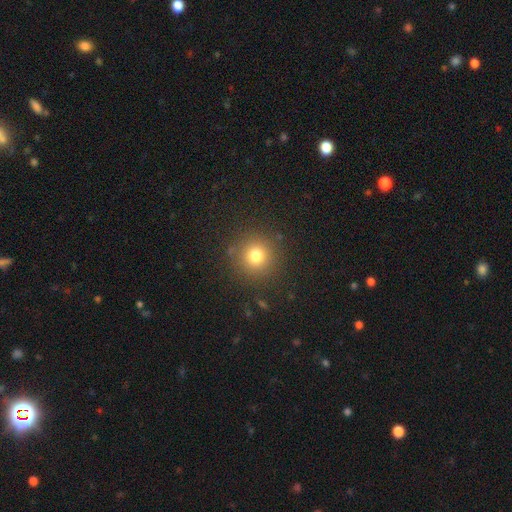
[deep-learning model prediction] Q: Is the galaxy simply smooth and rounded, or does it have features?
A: smooth — 77%.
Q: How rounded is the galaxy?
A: round — 94%.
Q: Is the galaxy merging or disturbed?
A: none — 88%.